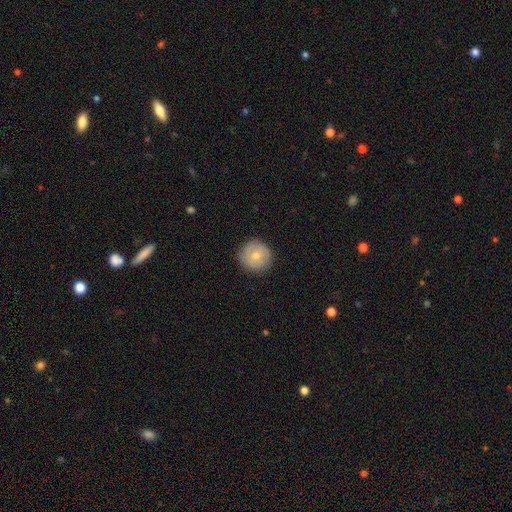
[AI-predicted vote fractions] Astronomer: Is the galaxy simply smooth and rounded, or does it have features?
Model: smooth — 68%.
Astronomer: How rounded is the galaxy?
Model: round — 94%.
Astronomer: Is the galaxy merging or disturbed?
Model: none — 85%.